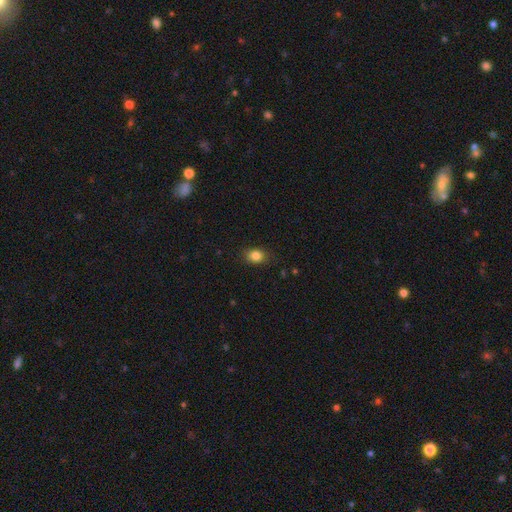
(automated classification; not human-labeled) This appears to be a smooth galaxy with no disk features (85%) that is in between round and cigar-shaped (58%). Merging: none (83%).